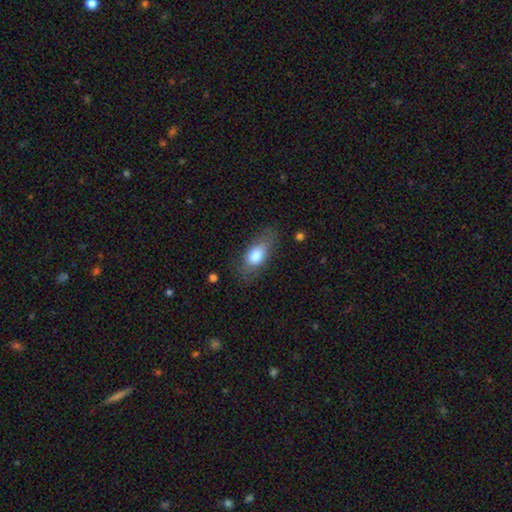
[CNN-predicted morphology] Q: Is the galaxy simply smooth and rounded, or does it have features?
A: smooth — 76%.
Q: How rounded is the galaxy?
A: in between — 85%.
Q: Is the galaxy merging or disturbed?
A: none — 66%.